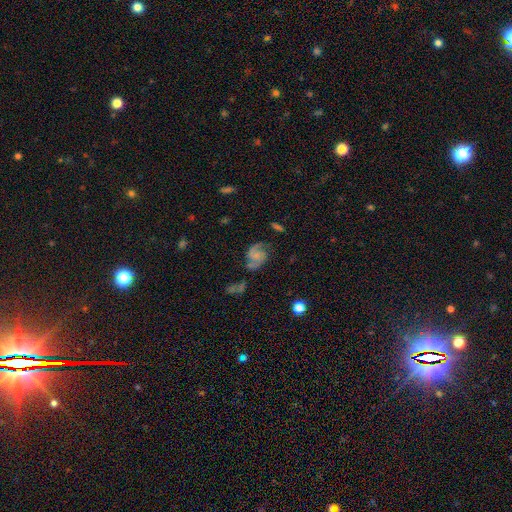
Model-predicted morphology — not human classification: type=featured or disk (80%); edge-on=no (98%); bar=no (61%); spiral arms=yes (95%); winding=medium (50%); arm count=2 (90%); bulge=none (46%); merging=none (60%).